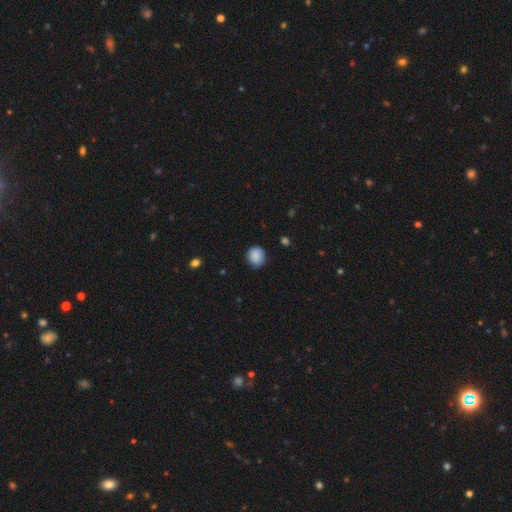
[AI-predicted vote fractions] Morphology: type=smooth (87%); roundness=round (84%); merging=none (82%).